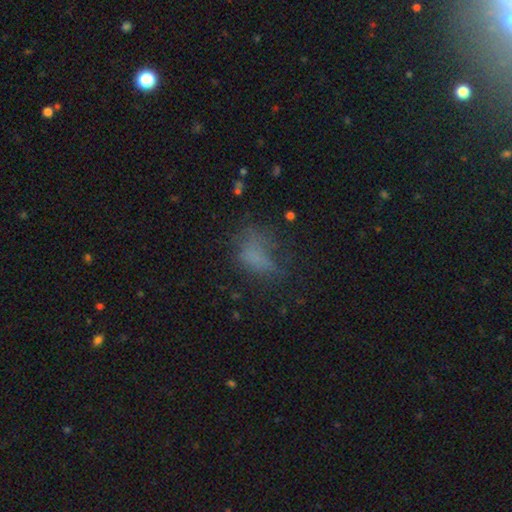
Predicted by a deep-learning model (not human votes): This is possibly a smooth galaxy (59%). How rounded: likely in between (78%). Merging: marginally none (37%).